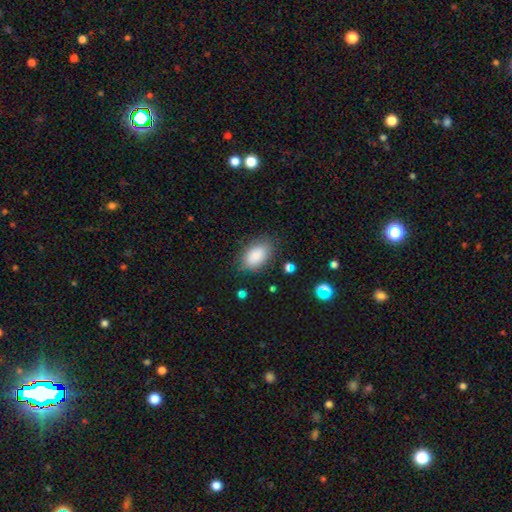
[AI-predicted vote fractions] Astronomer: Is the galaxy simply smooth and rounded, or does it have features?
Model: smooth — 86%.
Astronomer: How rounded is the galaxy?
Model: in between — 89%.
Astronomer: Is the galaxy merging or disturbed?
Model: none — 77%.